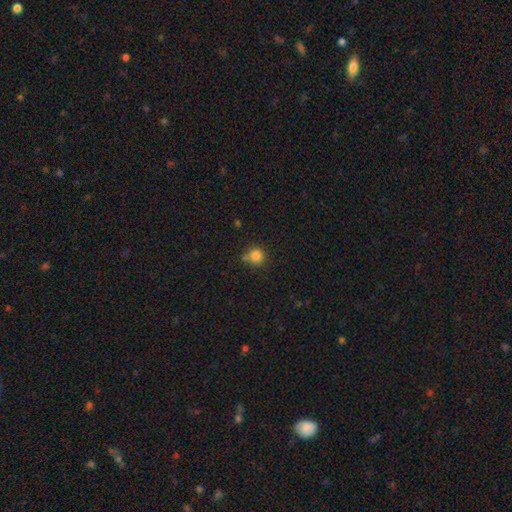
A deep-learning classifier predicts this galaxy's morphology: A smooth galaxy with no disk features (83%) that is round (91%).

Vote fractions:
- Smooth or featured? smooth: 83% / star or artifact: 12% / featured or disk: 5%
- How rounded? round: 91% / in between: 8% / cigar-shaped: 1%
- Merging? none: 69% / minor disturbance: 14% / merger: 12% / major disturbance: 4%